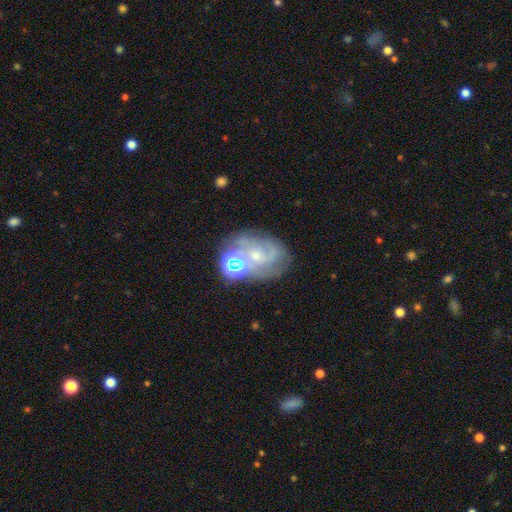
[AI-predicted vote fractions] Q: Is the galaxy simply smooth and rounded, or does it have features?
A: featured or disk — 66%.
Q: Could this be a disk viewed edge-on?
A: no — 97%.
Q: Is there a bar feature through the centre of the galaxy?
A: no — 64%.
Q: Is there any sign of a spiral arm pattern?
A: yes — 85%.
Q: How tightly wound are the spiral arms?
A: medium — 45%.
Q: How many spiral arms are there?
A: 2 — 47%.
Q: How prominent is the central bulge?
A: small — 63%.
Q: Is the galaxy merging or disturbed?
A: none — 55%.